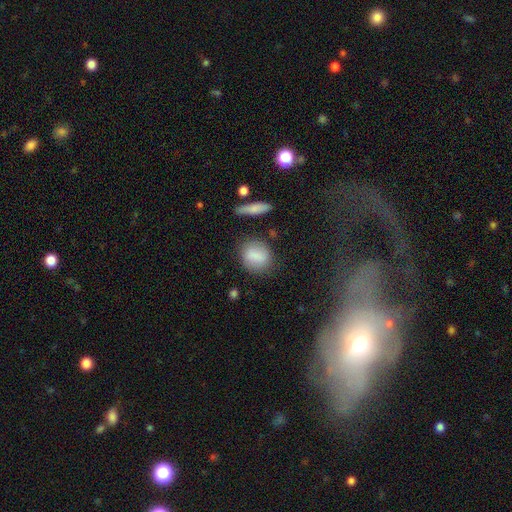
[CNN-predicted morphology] The model was most divided on "how rounded": round: 58%, in between: 38%, cigar-shaped: 3%. More confident: smooth or featured — smooth (82%); merging — none (76%).